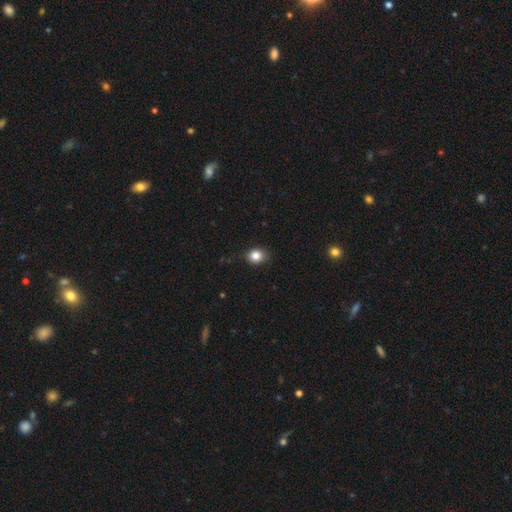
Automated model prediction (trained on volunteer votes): smooth 84%, star or artifact 10%, featured or disk 5%. Down the decision tree: how rounded — round (60%); merging — none (83%).